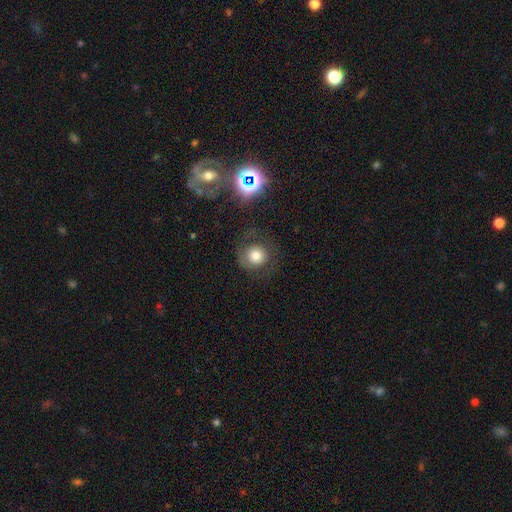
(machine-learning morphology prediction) Smooth or featured? Predicted: smooth (p=0.67). How rounded? Predicted: round (p=0.90). Merging? Predicted: none (p=0.70).